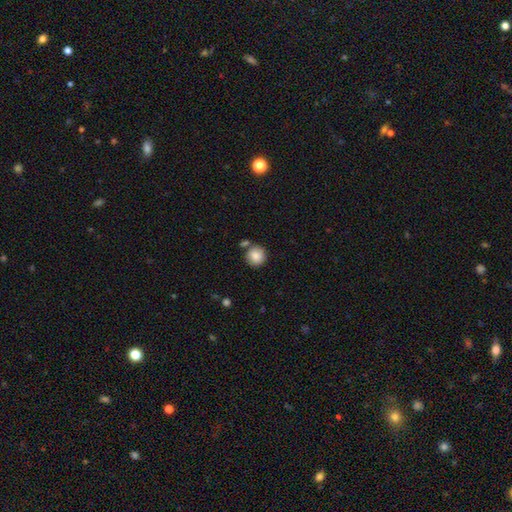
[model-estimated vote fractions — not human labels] This appears to be a smooth galaxy with no disk features (86%) that is round (92%). Merging: none (71%).